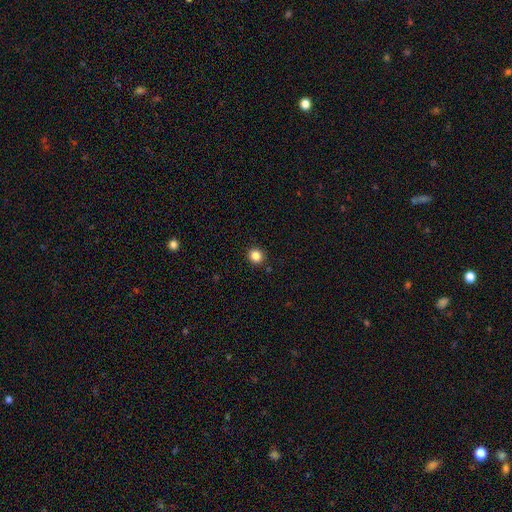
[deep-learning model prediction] A smooth galaxy with no disk features (85%) that is round (89%).

Vote fractions:
- Smooth or featured? smooth: 85% / star or artifact: 11% / featured or disk: 3%
- How rounded? round: 89% / in between: 10% / cigar-shaped: 1%
- Merging? none: 91% / minor disturbance: 6% / major disturbance: 2% / merger: 1%